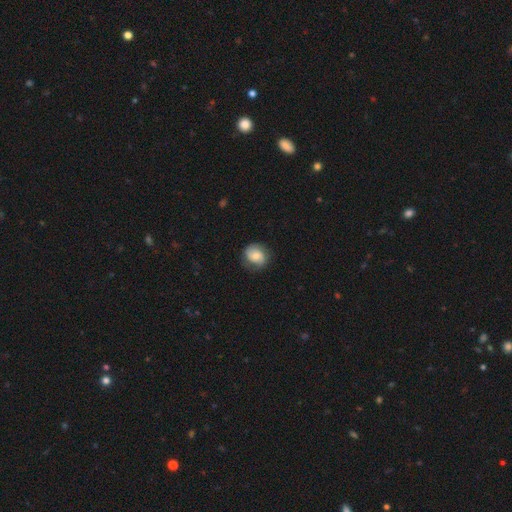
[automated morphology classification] Q: Smooth or featured?
A: smooth (56%); runner-up: featured or disk (36%)
Q: How rounded?
A: round (69%); runner-up: in between (30%)
Q: Merging?
A: none (73%); runner-up: minor disturbance (19%)